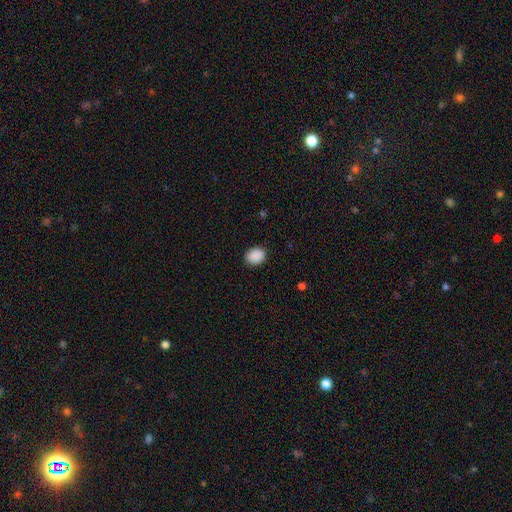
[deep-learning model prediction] This appears to be a smooth galaxy with no disk features (90%) that is round (50%). Merging: none (88%).